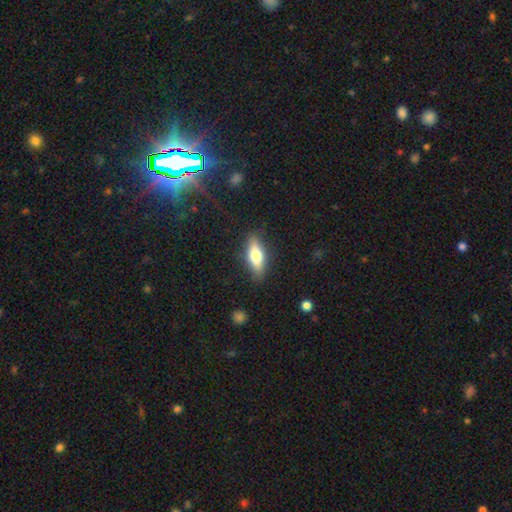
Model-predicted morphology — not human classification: Smooth or featured?
  - smooth: 63% *
  - featured or disk: 30%
  - star or artifact: 7%
How rounded?
  - in between: 61% *
  - cigar-shaped: 36%
  - round: 3%
Merging?
  - none: 84% *
  - minor disturbance: 12%
  - major disturbance: 3%
  - merger: 1%